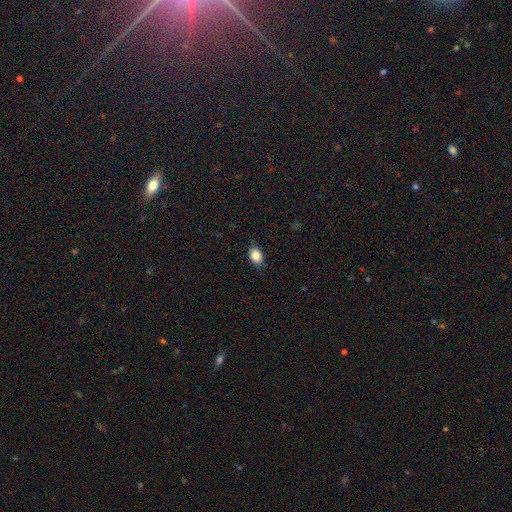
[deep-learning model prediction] Smooth or featured? smooth (86%)
How rounded? in between (81%)
Merging? none (84%)